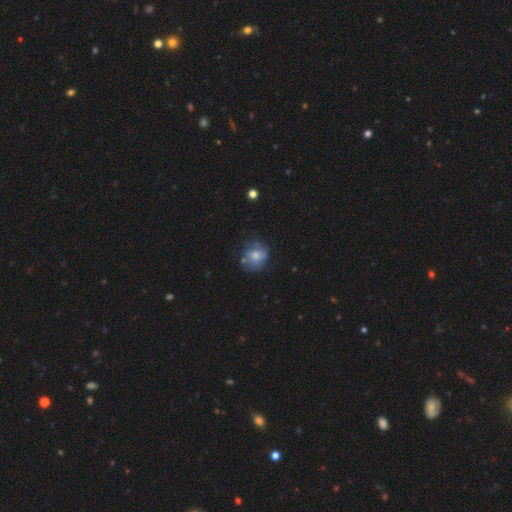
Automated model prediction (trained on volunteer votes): Smooth or featured: smooth — 54% (featured or disk — 36%)
How rounded: round — 69% (in between — 30%)
Merging: none — 55% (minor disturbance — 25%)